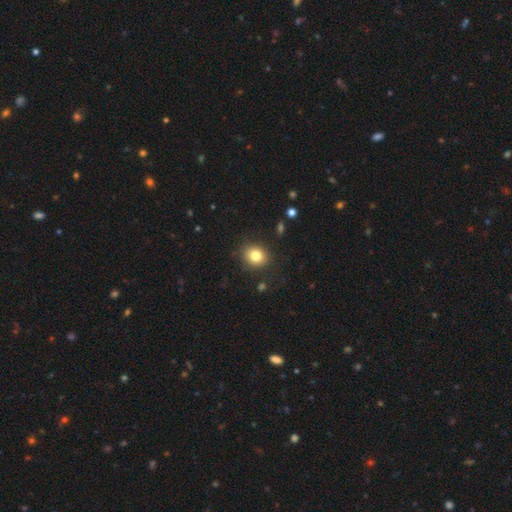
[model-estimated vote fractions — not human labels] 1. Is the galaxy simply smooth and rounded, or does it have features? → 82% smooth, 11% star or artifact, 8% featured or disk.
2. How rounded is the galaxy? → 70% round, 29% in between, 1% cigar-shaped.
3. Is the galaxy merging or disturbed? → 87% none, 9% minor disturbance, 3% major disturbance, 1% merger.